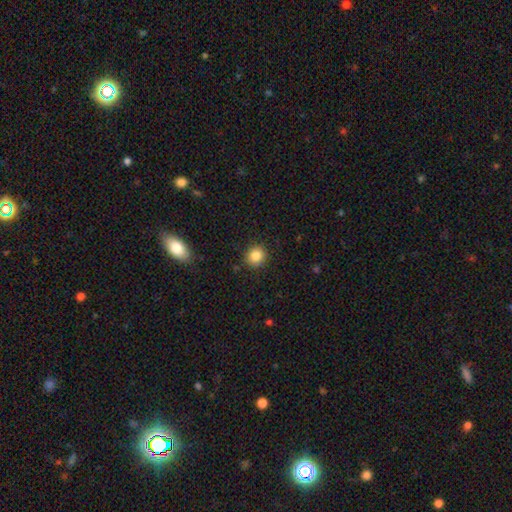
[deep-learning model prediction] A smooth galaxy with no disk features (85%) that is round (87%).

Vote fractions:
- Smooth or featured? smooth: 85% / star or artifact: 10% / featured or disk: 4%
- How rounded? round: 87% / in between: 12% / cigar-shaped: 1%
- Merging? none: 89% / minor disturbance: 7% / major disturbance: 2% / merger: 1%